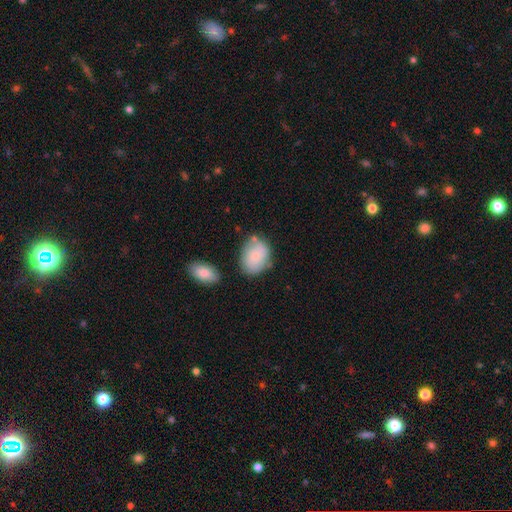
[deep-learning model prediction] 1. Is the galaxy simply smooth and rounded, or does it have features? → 79% smooth, 15% featured or disk, 6% star or artifact.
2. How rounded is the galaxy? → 71% in between, 28% round, 1% cigar-shaped.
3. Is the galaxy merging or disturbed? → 64% none, 21% minor disturbance, 10% merger, 5% major disturbance.